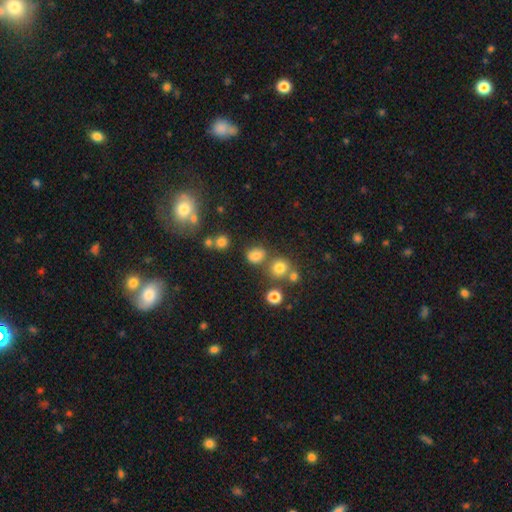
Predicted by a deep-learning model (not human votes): The model was most divided on "how rounded": round: 64%, in between: 35%, cigar-shaped: 1%. More confident: smooth or featured — smooth (76%); merging — none (68%).